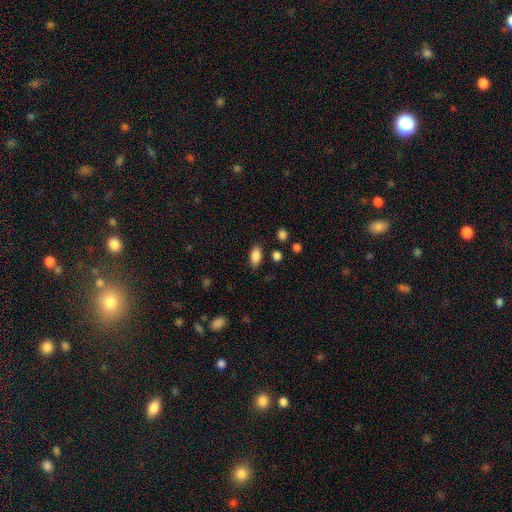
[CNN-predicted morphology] type=smooth (86%); roundness=in between (90%); merging=none (81%).